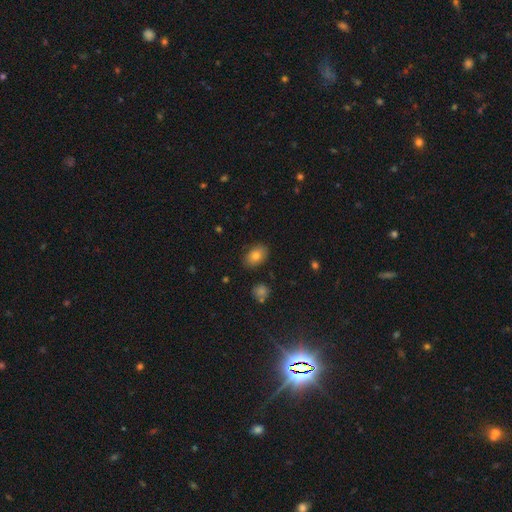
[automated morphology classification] Smooth or featured? smooth (80%)
How rounded? in between (84%)
Merging? none (85%)